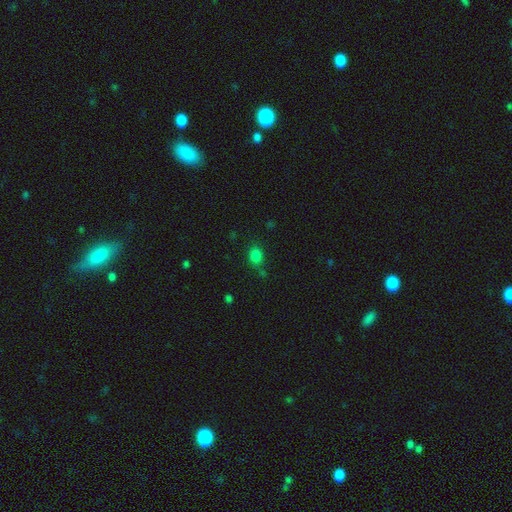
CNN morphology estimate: A smooth galaxy with no disk features (82%) that is in between round and cigar-shaped (53%).

Vote fractions:
- Smooth or featured? smooth: 82% / star or artifact: 14% / featured or disk: 4%
- How rounded? in between: 53% / round: 45% / cigar-shaped: 1%
- Merging? none: 75% / minor disturbance: 15% / merger: 6% / major disturbance: 4%